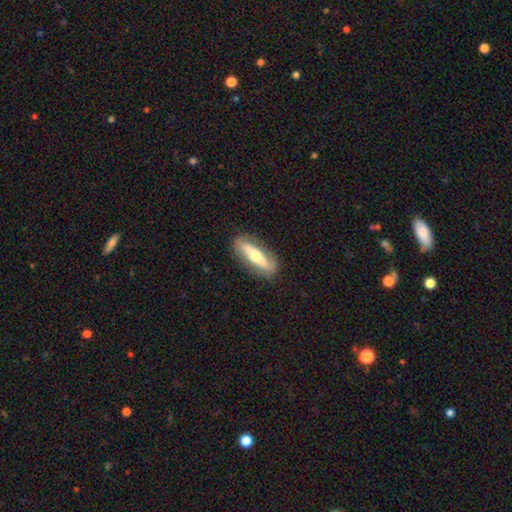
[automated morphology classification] Smooth or featured? Predicted: featured or disk (p=0.47, tied with smooth). Merging? Predicted: none (p=0.86).